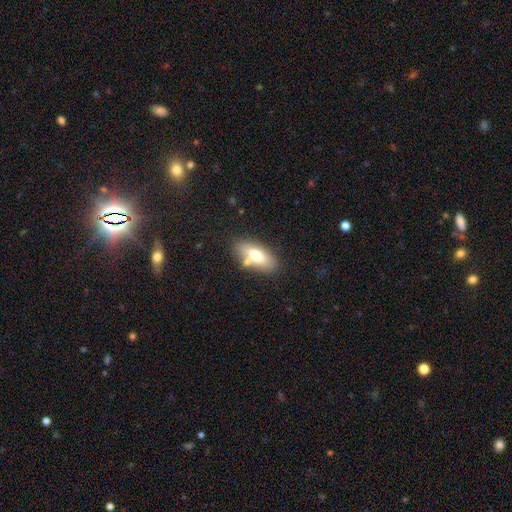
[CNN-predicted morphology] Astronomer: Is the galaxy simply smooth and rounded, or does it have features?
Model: smooth — 70%.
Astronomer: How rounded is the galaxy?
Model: in between — 86%.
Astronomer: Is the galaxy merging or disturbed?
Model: none — 71%.